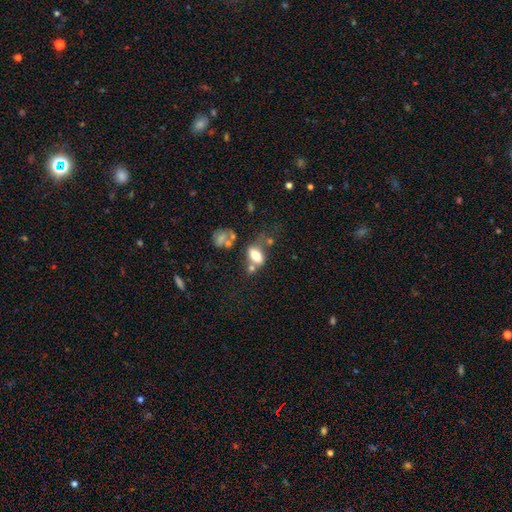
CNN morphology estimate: Q: Smooth or featured?
A: smooth (68%); runner-up: featured or disk (21%)
Q: How rounded?
A: in between (81%); runner-up: round (10%)
Q: Merging?
A: none (43%); runner-up: merger (25%)